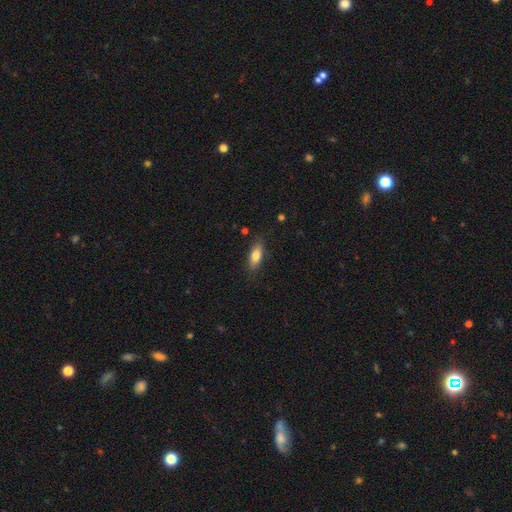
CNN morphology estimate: smooth-or-featured: smooth: 79% | featured or disk: 14% | star or artifact: 7%
  how-rounded: in between: 71% | cigar-shaped: 26% | round: 3%
  merging: none: 83% | minor disturbance: 13% | major disturbance: 3% | merger: 1%